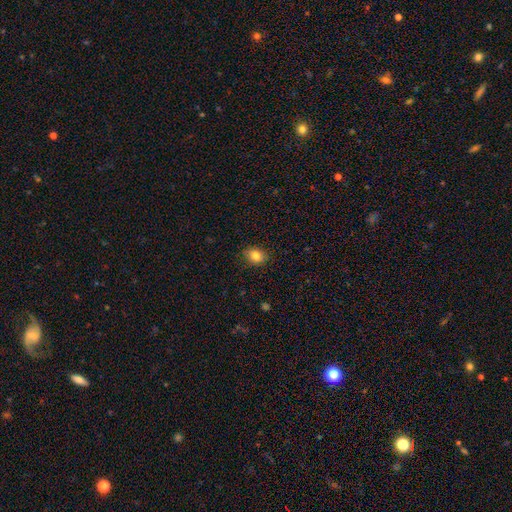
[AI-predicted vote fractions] A smooth galaxy with no disk features (83%) that is in between round and cigar-shaped (62%).

Vote fractions:
- Smooth or featured? smooth: 83% / star or artifact: 10% / featured or disk: 7%
- How rounded? in between: 62% / round: 37% / cigar-shaped: 1%
- Merging? none: 86% / minor disturbance: 11% / major disturbance: 2% / merger: 1%